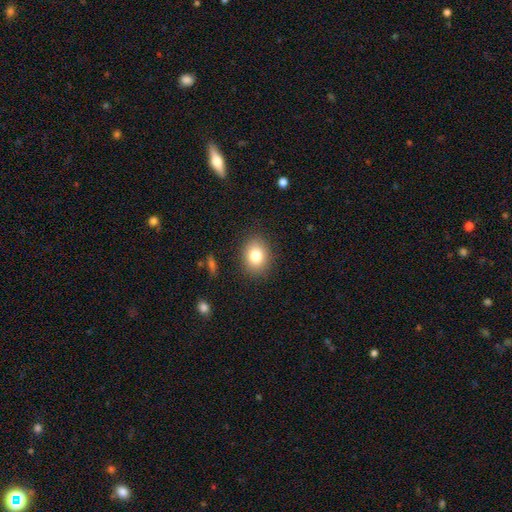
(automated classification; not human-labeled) A smooth galaxy with no disk features (80%) that is in between round and cigar-shaped (59%). Merging: none (86%).